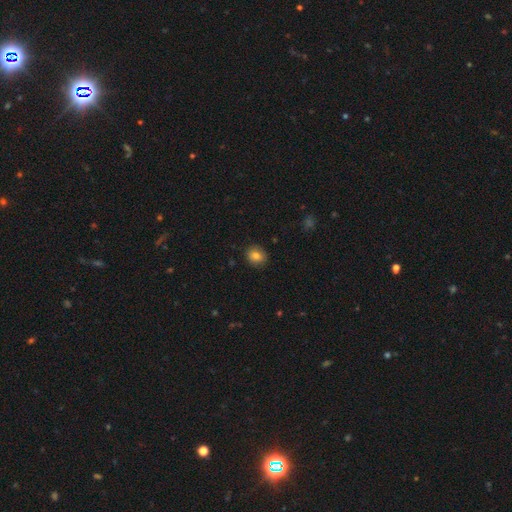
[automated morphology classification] Overall: smooth (82%). How rounded: round (70%). Merging: none (87%).